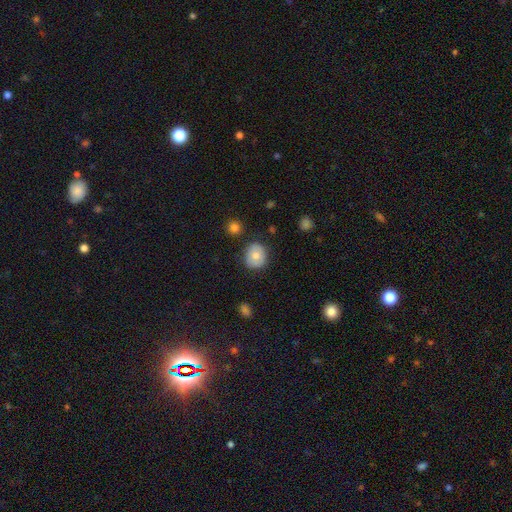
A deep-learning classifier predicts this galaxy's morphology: This is likely a smooth galaxy (72%). How rounded: likely round (75%). Merging: clearly none (80%).